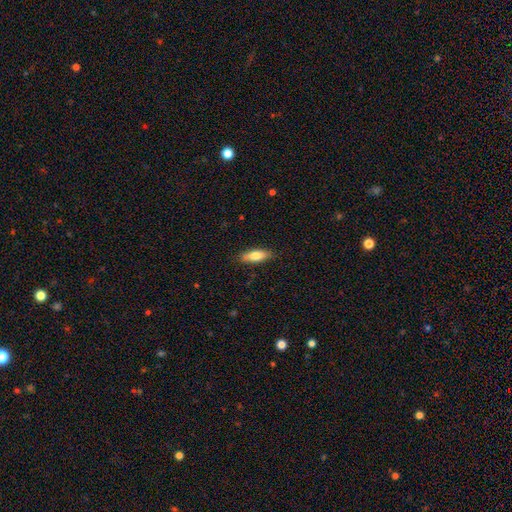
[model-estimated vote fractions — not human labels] Smooth or featured: smooth — 77% (featured or disk — 17%)
How rounded: in between — 60% (cigar-shaped — 38%)
Merging: none — 86% (minor disturbance — 11%)